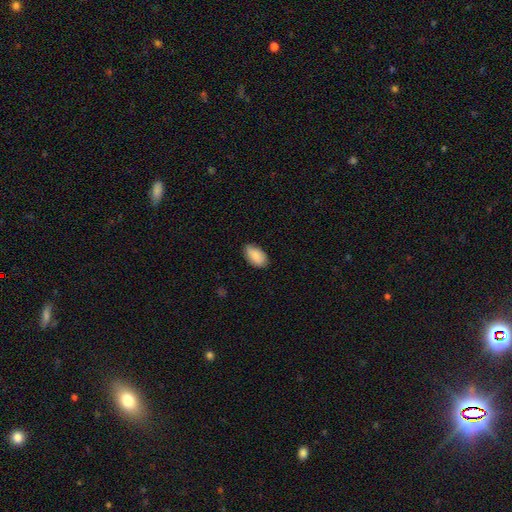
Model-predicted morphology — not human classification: smooth_or_featured: smooth (p=0.88) [alt: star or artifact p=0.06]
how_rounded: in between (p=0.94) [alt: round p=0.04]
merging: none (p=0.80) [alt: minor disturbance p=0.16]